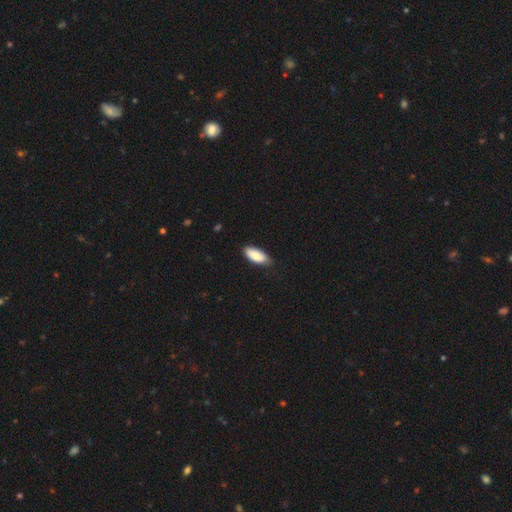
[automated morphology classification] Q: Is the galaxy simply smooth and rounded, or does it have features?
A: smooth — 85%.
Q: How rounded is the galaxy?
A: in between — 84%.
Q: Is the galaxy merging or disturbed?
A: none — 77%.